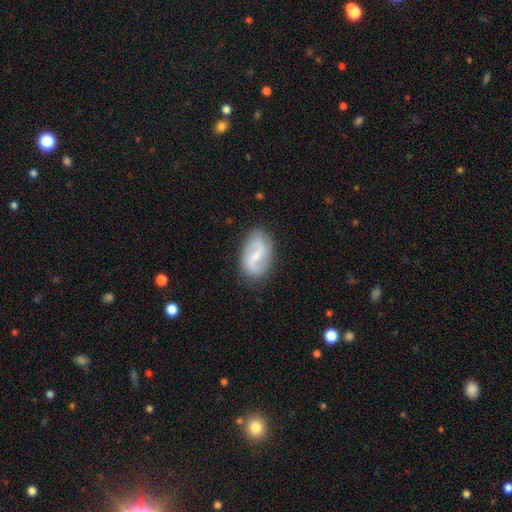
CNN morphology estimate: featured or disk 75%, smooth 19%, star or artifact 6%. Down the decision tree: edge-on disk — no (97%); bar — weak (53%); spiral arms — yes (91%); spiral arm count — 2 (89%); spiral winding — loose (53%); bulge size — small (55%); merging — none (80%).